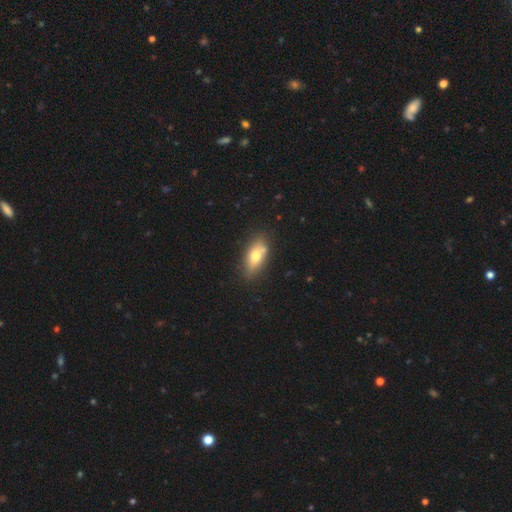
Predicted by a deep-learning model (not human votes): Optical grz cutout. It shows a smooth galaxy with no disk features (66%) that is in between round and cigar-shaped (83%). Merging: none (69%).